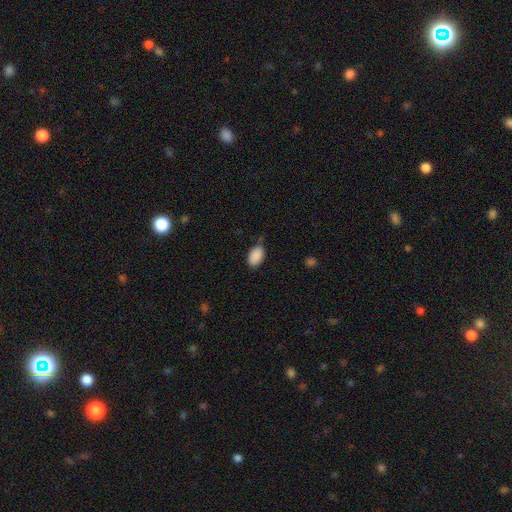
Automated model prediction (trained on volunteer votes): Q: Smooth or featured?
A: smooth (90%); runner-up: star or artifact (7%)
Q: How rounded?
A: in between (91%); runner-up: round (8%)
Q: Merging?
A: none (73%); runner-up: minor disturbance (21%)